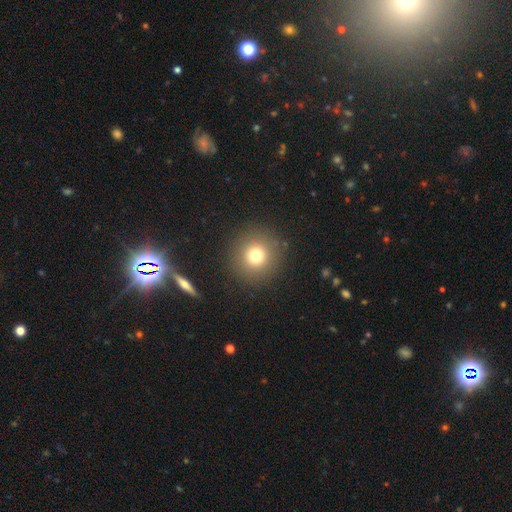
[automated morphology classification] A smooth galaxy with no disk features (75%) that is round (94%).

Vote fractions:
- Smooth or featured? smooth: 75% / star or artifact: 14% / featured or disk: 11%
- How rounded? round: 94% / in between: 5% / cigar-shaped: 1%
- Merging? none: 89% / minor disturbance: 6% / major disturbance: 3% / merger: 2%